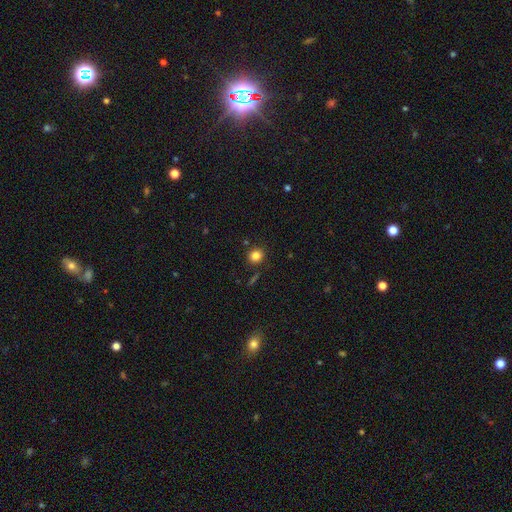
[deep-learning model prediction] Smooth or featured: smooth — 83% (star or artifact — 12%)
How rounded: round — 85% (in between — 14%)
Merging: none — 86% (minor disturbance — 8%)